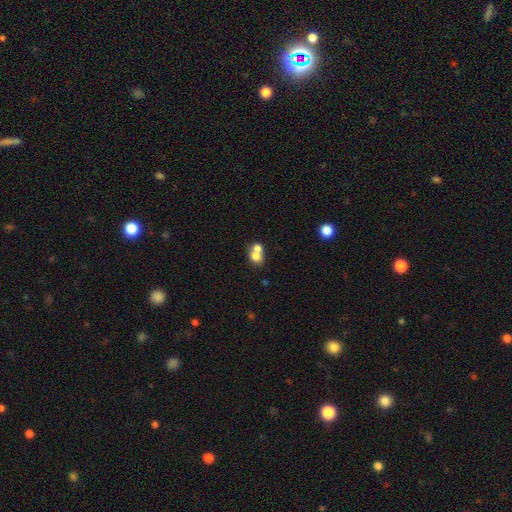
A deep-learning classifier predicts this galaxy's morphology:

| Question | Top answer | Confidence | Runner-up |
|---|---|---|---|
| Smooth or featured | smooth | 74% | featured or disk (16%) |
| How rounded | round | 59% | in between (40%) |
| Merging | merger | 62% | none (29%) |